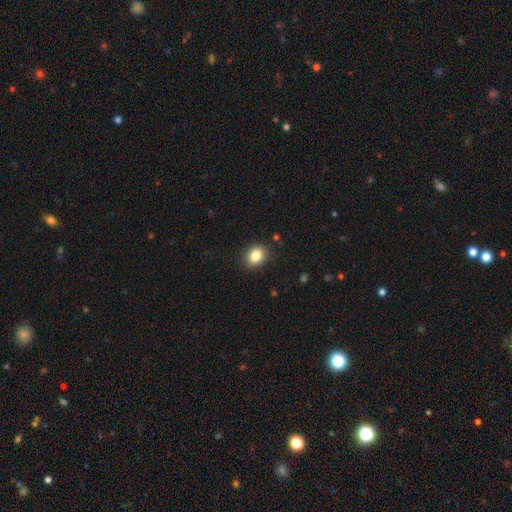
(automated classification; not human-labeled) This appears to be a smooth galaxy with no disk features (84%) that is round (50%, tied with in between). Merging: none (88%).